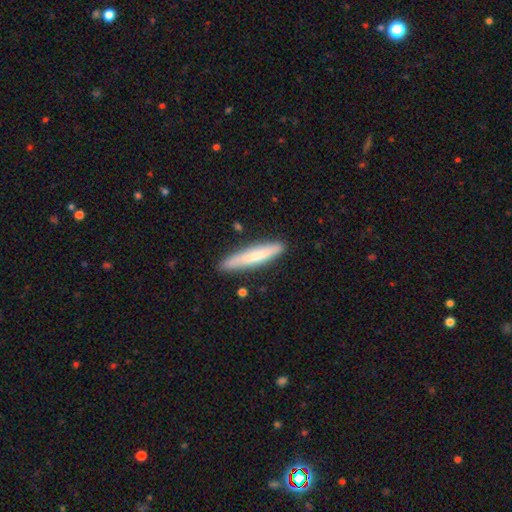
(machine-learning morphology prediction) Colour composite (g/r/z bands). It shows a smooth galaxy with no disk features (70%) that is cigar-shaped (90%). Merging: none (85%).